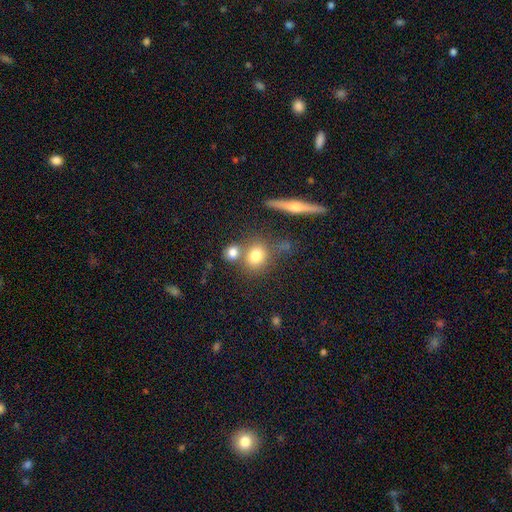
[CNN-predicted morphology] This is likely a smooth galaxy (75%). How rounded: likely round (68%). Merging: possibly none (56%).